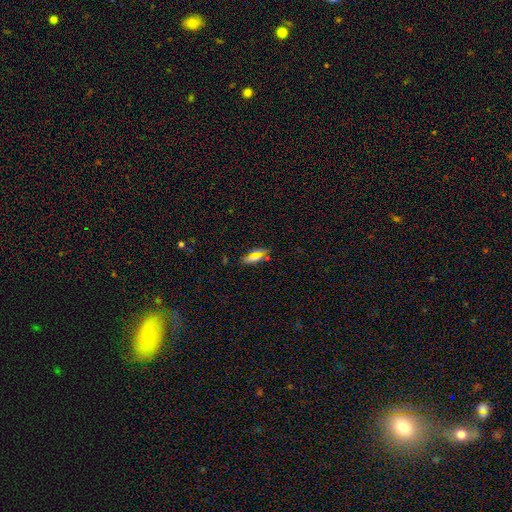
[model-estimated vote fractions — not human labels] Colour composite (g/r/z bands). It shows a smooth galaxy with no disk features (57%) that is in between round and cigar-shaped (62%). Merging: none (76%).